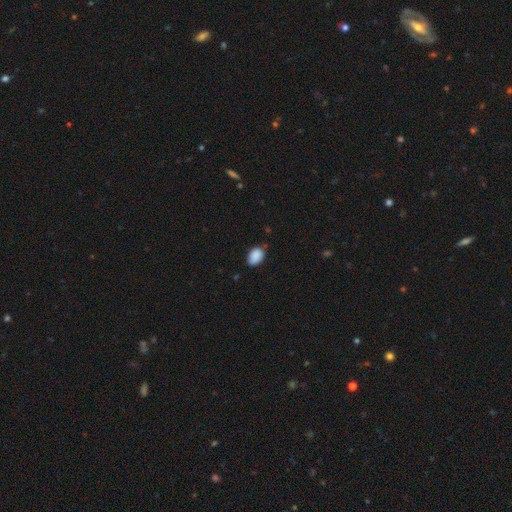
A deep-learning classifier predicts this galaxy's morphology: A smooth galaxy with no disk features (89%) that is in between round and cigar-shaped (79%). Merging: none (73%).